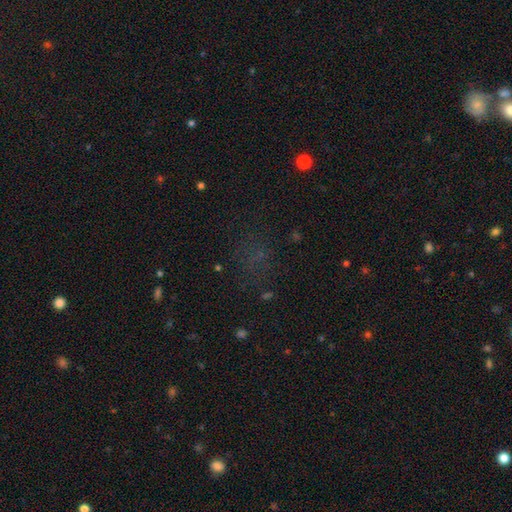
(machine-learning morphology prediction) Smooth or featured? Predicted: star or artifact (p=0.46).